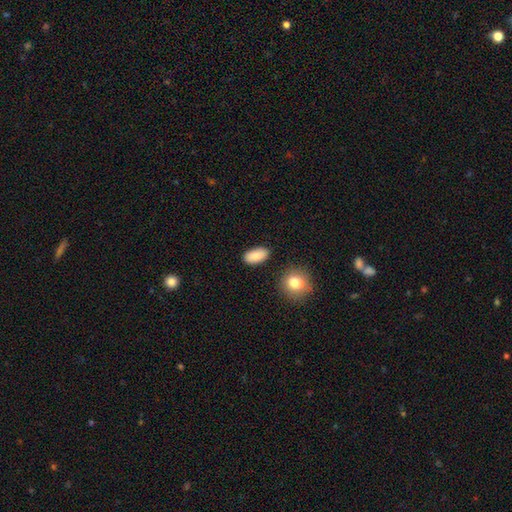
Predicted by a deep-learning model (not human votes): A smooth galaxy with no disk features (87%) that is in between round and cigar-shaped (92%). Merging: none (85%).